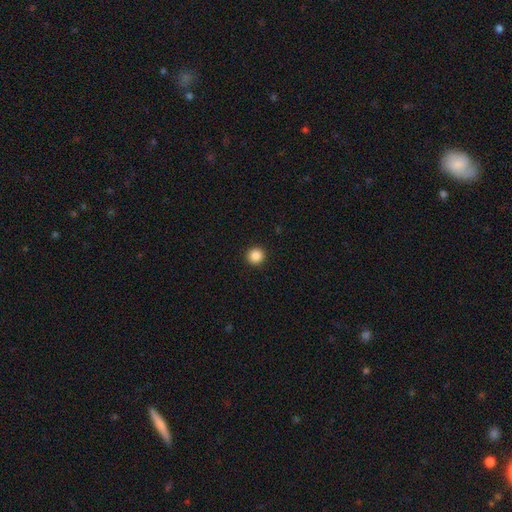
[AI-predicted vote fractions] Q: Smooth or featured?
A: smooth (87%); runner-up: star or artifact (10%)
Q: How rounded?
A: round (95%); runner-up: in between (4%)
Q: Merging?
A: none (94%); runner-up: minor disturbance (4%)